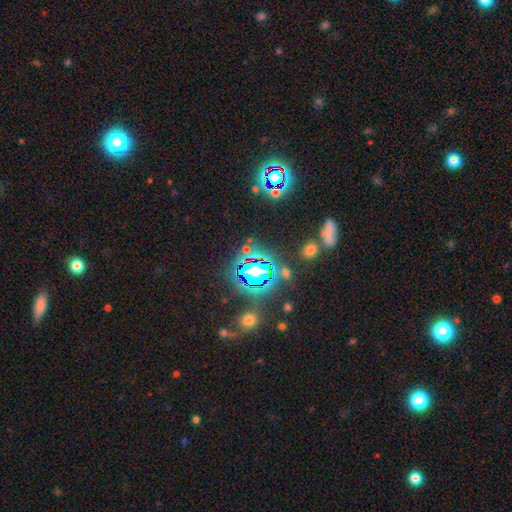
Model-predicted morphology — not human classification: Smooth or featured?
  - star or artifact: 80% *
  - smooth: 12%
  - featured or disk: 7%